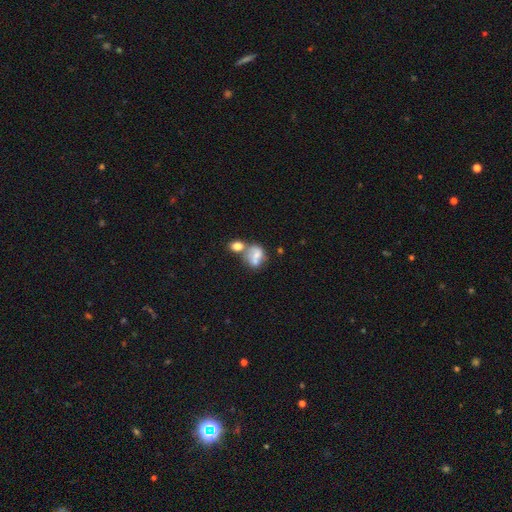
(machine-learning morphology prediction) Overall: smooth (55%; featured or disk 33%). How rounded: in between (60%; round 38%). Merging: merger (55%; none 22%).